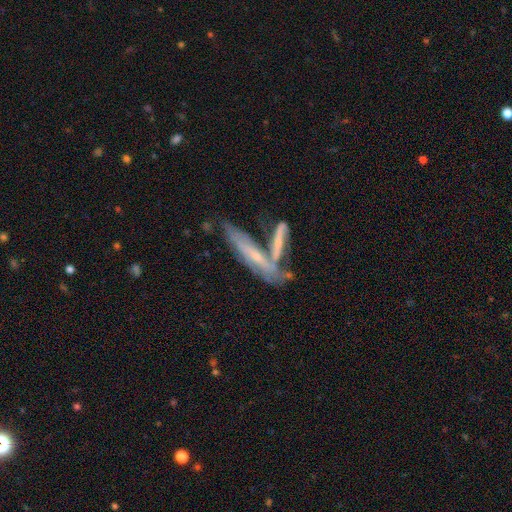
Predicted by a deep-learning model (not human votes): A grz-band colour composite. It shows a featured or disk galaxy (66%) viewed edge-on (56%). Merging: merger (44%).